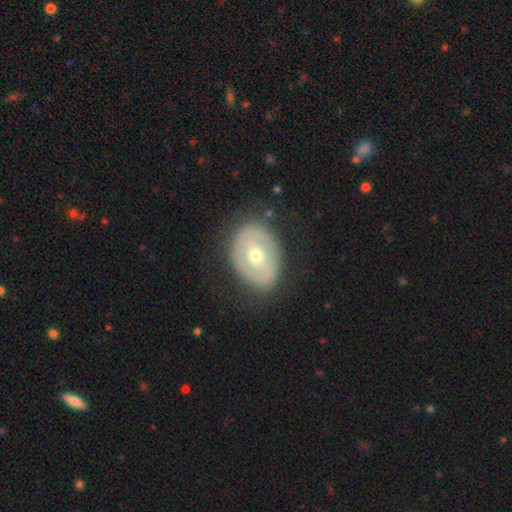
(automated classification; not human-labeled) Smooth or featured?
  - featured or disk: 63% *
  - smooth: 32%
  - star or artifact: 6%
Edge-on disk?
  - no: 94% *
  - yes: 6%
Bar?
  - no: 57% *
  - weak: 27%
  - strong: 16%
Spiral arms?
  - no: 72% *
  - yes: 28%
Bulge size?
  - moderate: 60% *
  - small: 37%
  - large: 2%
  - none: 1%
  - dominant: 1%
Merging?
  - none: 77% *
  - minor disturbance: 15%
  - major disturbance: 6%
  - merger: 1%